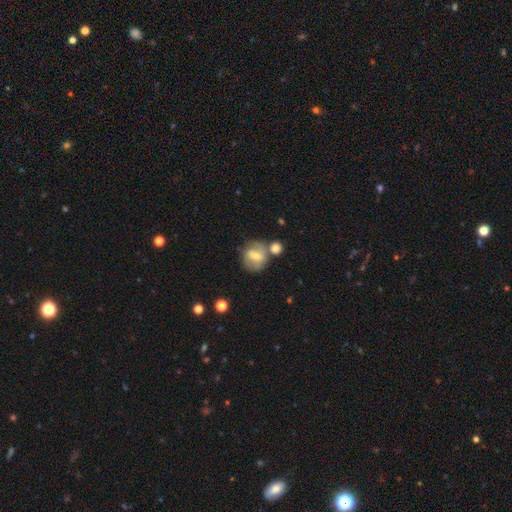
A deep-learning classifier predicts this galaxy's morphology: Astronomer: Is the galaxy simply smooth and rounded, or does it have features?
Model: smooth — 53% (runner-up: featured or disk, 38%).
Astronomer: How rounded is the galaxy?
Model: round — 74%.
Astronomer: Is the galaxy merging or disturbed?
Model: none — 49% (runner-up: merger, 30%).